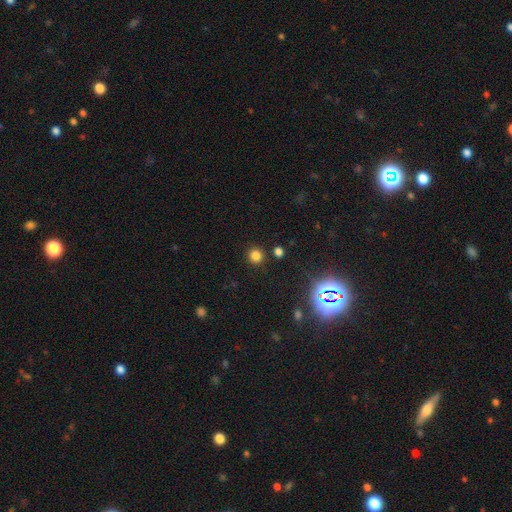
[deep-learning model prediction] The model was most divided on "smooth or featured": smooth: 78%, star or artifact: 17%, featured or disk: 5%. More confident: how rounded — round (93%); merging — none (89%).